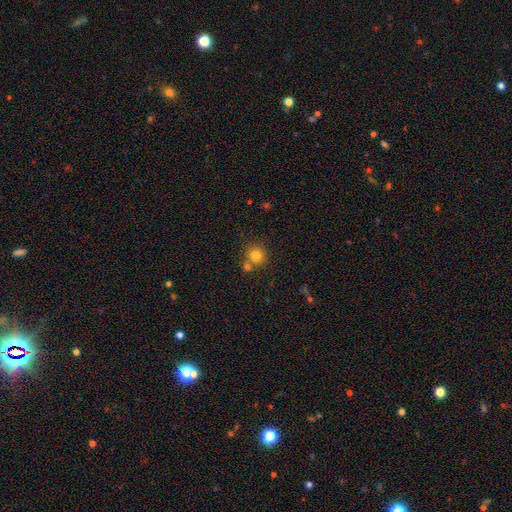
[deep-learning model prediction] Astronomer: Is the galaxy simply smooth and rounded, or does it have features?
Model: smooth — 80%.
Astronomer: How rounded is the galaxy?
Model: round — 90%.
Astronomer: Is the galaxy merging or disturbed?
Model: none — 62%.